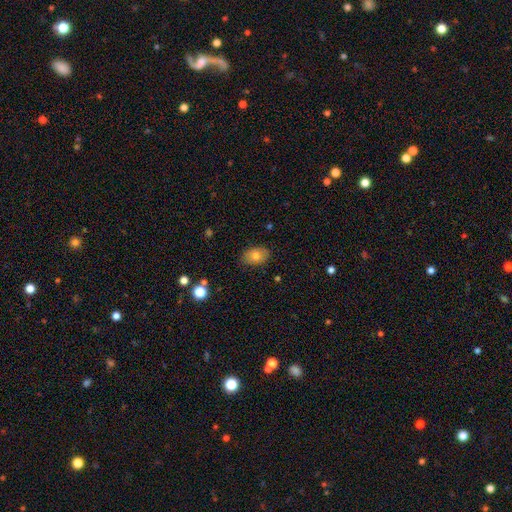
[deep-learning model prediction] A smooth galaxy with no disk features (77%) that is in between round and cigar-shaped (84%).

Vote fractions:
- Smooth or featured? smooth: 77% / featured or disk: 14% / star or artifact: 9%
- How rounded? in between: 84% / round: 15% / cigar-shaped: 1%
- Merging? none: 81% / minor disturbance: 15% / major disturbance: 3% / merger: 1%